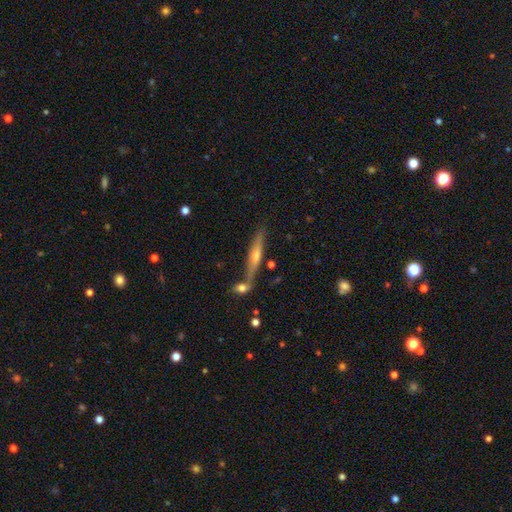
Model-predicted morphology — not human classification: Smooth or featured?
  - featured or disk: 61% *
  - smooth: 32%
  - star or artifact: 7%
Edge-on disk?
  - yes: 93% *
  - no: 7%
Edge-on bulge?
  - rounded: 80% *
  - none: 14%
  - boxy: 6%
Merging?
  - none: 68% *
  - merger: 17%
  - minor disturbance: 12%
  - major disturbance: 3%